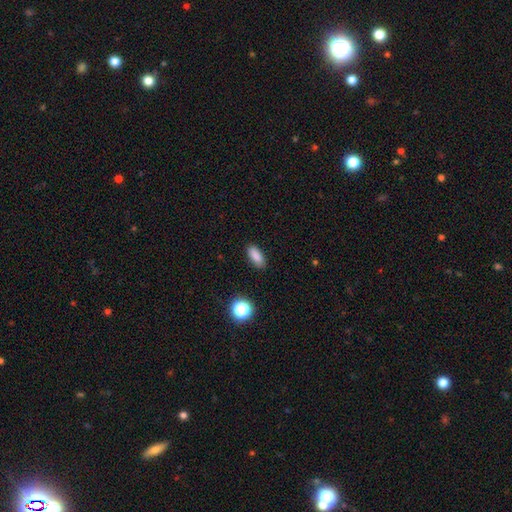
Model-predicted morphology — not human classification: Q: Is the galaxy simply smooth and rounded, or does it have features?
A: smooth — 86%.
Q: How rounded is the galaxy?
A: in between — 79%.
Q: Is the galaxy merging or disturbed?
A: none — 88%.